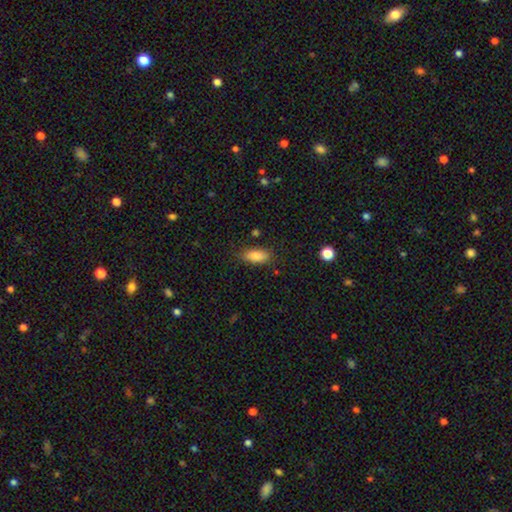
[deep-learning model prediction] Smooth or featured: smooth — 84% (star or artifact — 8%)
How rounded: in between — 84% (cigar-shaped — 13%)
Merging: none — 80% (minor disturbance — 15%)